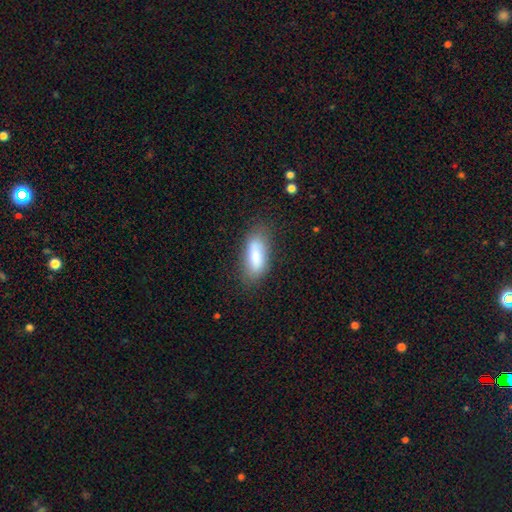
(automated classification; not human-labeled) This appears to be a smooth galaxy with no disk features (81%) that is in between round and cigar-shaped (73%). Merging: none (70%).